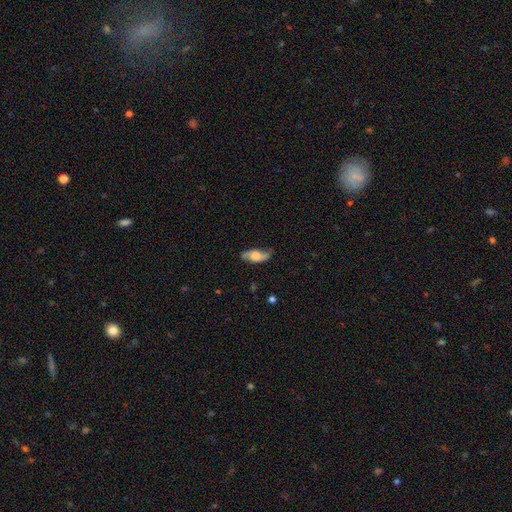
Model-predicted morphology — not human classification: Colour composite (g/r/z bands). It shows a featured or disk galaxy (51%). Merging: none (70%).